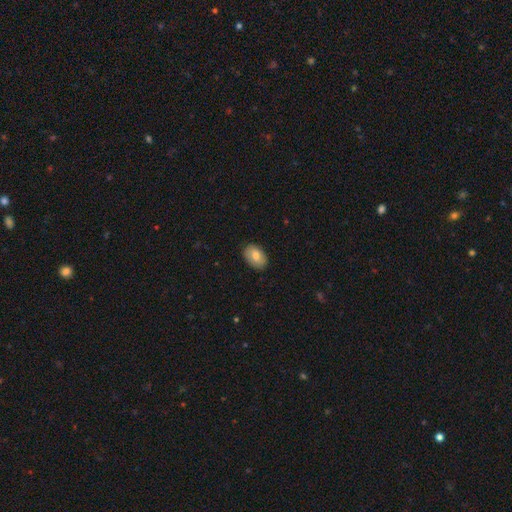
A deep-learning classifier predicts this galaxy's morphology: smooth 81%, featured or disk 12%, star or artifact 7%. Down the decision tree: how rounded — in between (88%); merging — none (87%).